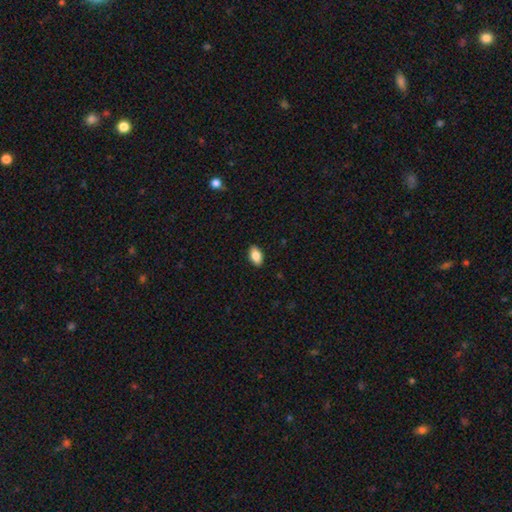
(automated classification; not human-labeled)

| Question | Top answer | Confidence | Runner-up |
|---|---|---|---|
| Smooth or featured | smooth | 84% | featured or disk (8%) |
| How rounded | in between | 91% | round (7%) |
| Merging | none | 89% | minor disturbance (8%) |